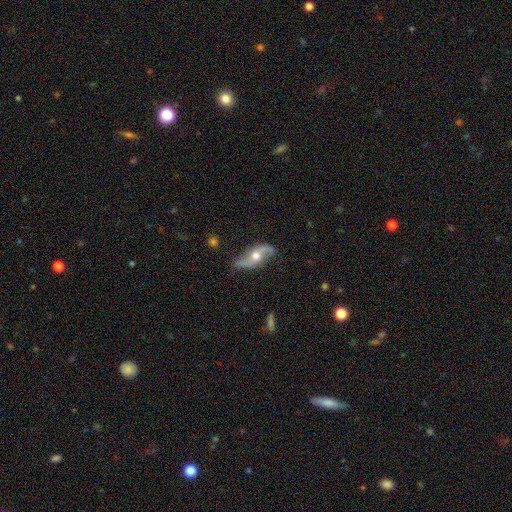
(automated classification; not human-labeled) featured or disk 78%, smooth 16%, star or artifact 6%. Down the decision tree: edge-on disk — no (84%); bar — no (68%); spiral arms — yes (90%); spiral arm count — 2 (92%); spiral winding — loose (84%); bulge size — moderate (74%); merging — none (75%).